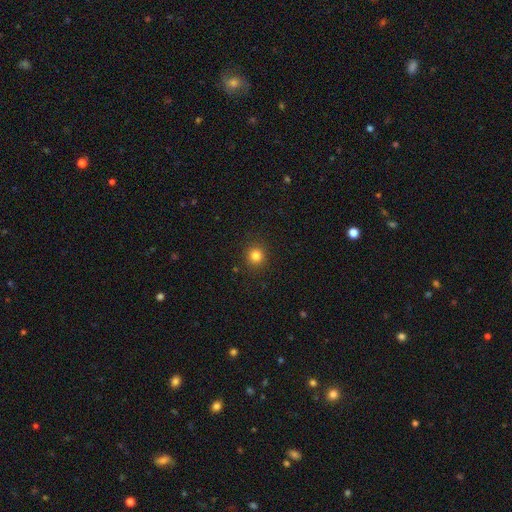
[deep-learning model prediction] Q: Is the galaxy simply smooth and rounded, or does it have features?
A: smooth — 82%.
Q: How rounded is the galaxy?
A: round — 92%.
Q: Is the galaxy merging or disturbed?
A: none — 91%.